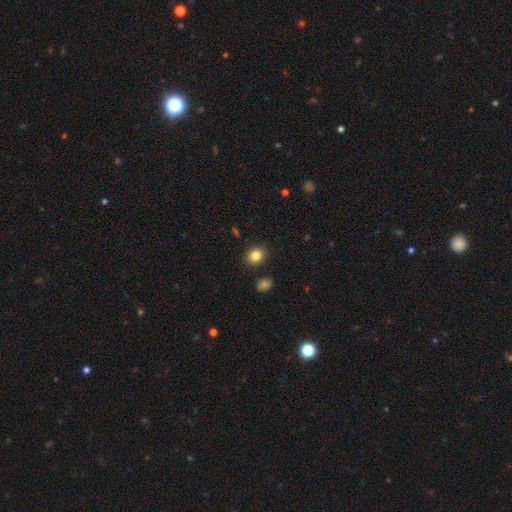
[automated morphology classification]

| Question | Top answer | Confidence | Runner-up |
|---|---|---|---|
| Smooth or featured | smooth | 84% | star or artifact (10%) |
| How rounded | round | 65% | in between (35%) |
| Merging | none | 88% | minor disturbance (7%) |